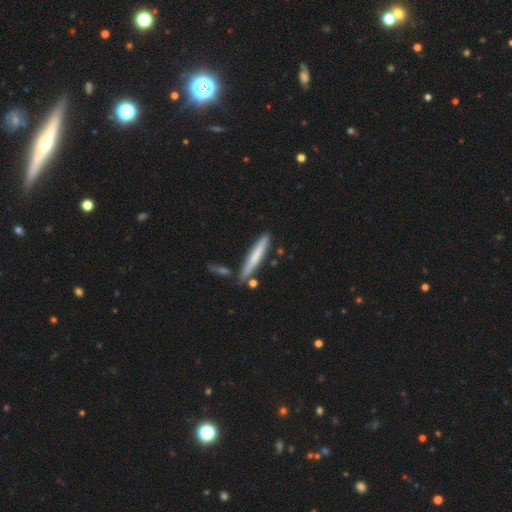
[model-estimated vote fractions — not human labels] Overall: smooth (64%; featured or disk 31%). How rounded: cigar-shaped (95%). Merging: none (78%).